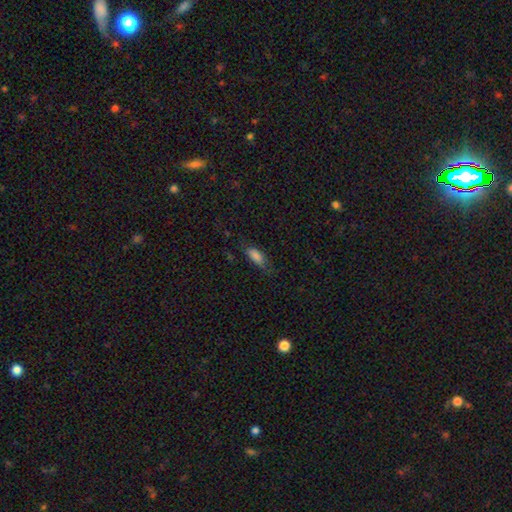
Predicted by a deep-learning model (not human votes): Smooth or featured?
  - smooth: 82% *
  - featured or disk: 9%
  - star or artifact: 9%
How rounded?
  - in between: 78% *
  - cigar-shaped: 19%
  - round: 3%
Merging?
  - none: 60% *
  - minor disturbance: 27%
  - major disturbance: 10%
  - merger: 2%